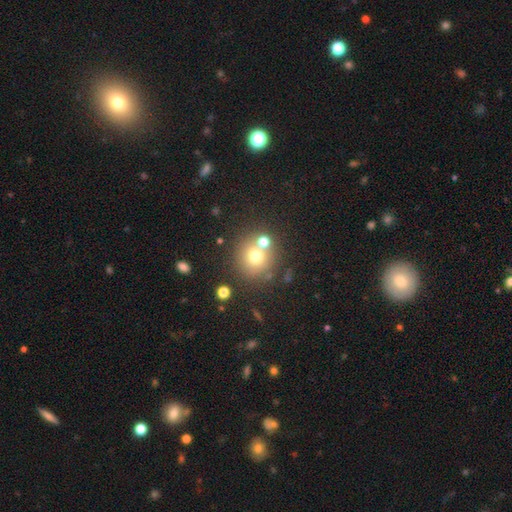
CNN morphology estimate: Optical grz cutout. It shows a smooth galaxy with no disk features (68%) that is round (90%). Merging: none (68%).